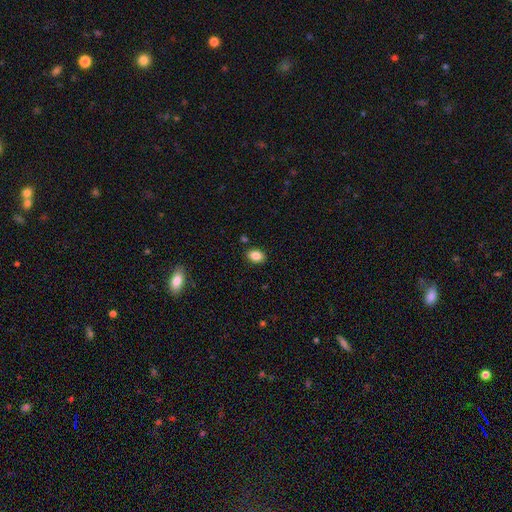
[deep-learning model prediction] A smooth galaxy with no disk features (86%) that is in between round and cigar-shaped (82%).

Vote fractions:
- Smooth or featured? smooth: 86% / star or artifact: 9% / featured or disk: 5%
- How rounded? in between: 82% / round: 17% / cigar-shaped: 1%
- Merging? none: 87% / minor disturbance: 9% / major disturbance: 2% / merger: 2%